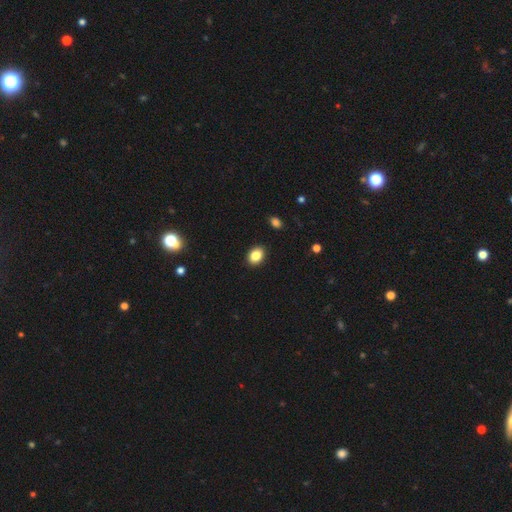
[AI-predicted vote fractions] A smooth galaxy with no disk features (85%) that is in between round and cigar-shaped (67%).

Vote fractions:
- Smooth or featured? smooth: 85% / star or artifact: 9% / featured or disk: 5%
- How rounded? in between: 67% / round: 32% / cigar-shaped: 1%
- Merging? none: 90% / minor disturbance: 7% / major disturbance: 2% / merger: 1%